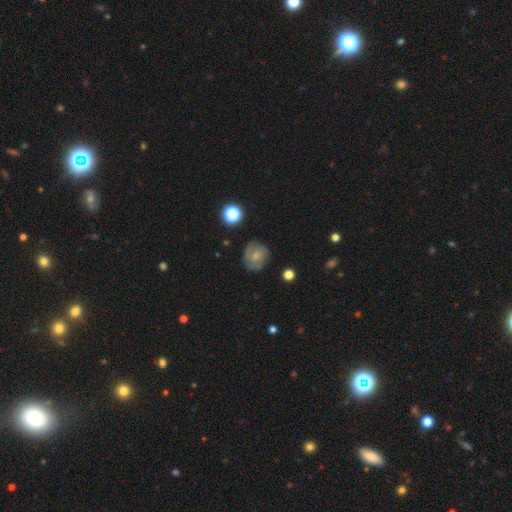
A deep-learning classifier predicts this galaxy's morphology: A featured or disk galaxy (49%).

Vote fractions:
- Smooth or featured? featured or disk: 49% / smooth: 40% / star or artifact: 10%
- Merging? none: 75% / minor disturbance: 18% / major disturbance: 6% / merger: 2%